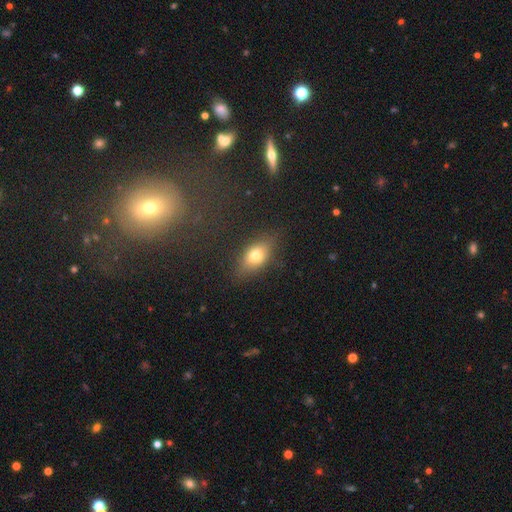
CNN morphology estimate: smooth_or_featured: smooth (p=0.69) [alt: featured or disk p=0.20]
how_rounded: in between (p=0.78) [alt: round p=0.12]
merging: none (p=0.77) [alt: minor disturbance p=0.16]